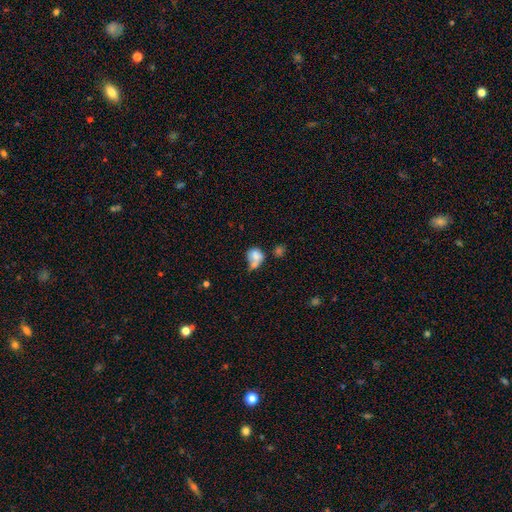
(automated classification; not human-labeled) Smooth or featured? Predicted: smooth (p=0.71). How rounded? Predicted: round (p=0.52). Merging? Predicted: merger (p=0.51).